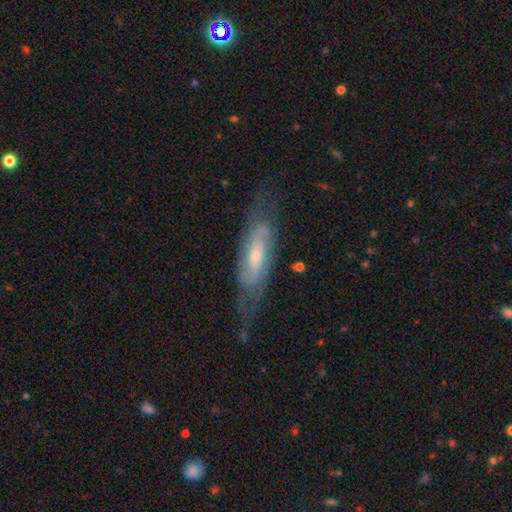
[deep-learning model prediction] featured or disk 74%, smooth 19%, star or artifact 6%. Down the decision tree: edge-on disk — no (77%); bar — no (46%); spiral arms — yes (88%); bulge size — small (46%); merging — none (67%).